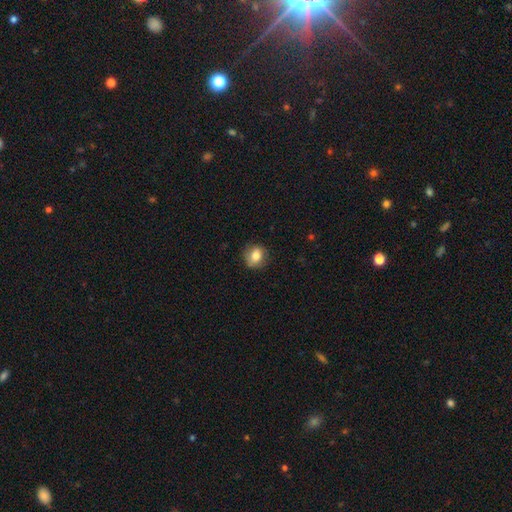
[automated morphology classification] Overall: smooth (78%). How rounded: round (72%). Merging: none (79%).